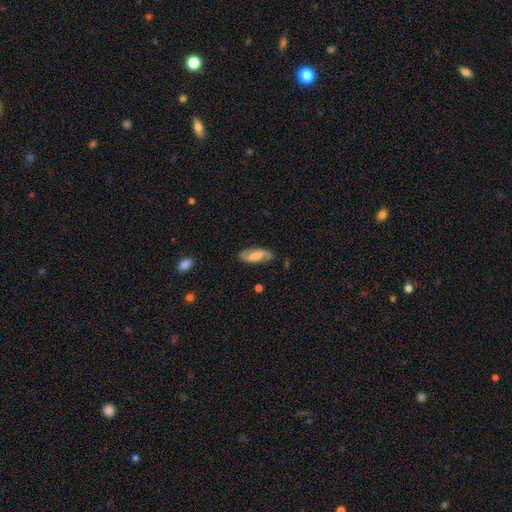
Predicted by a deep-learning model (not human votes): smooth_or_featured: featured or disk (p=0.55) [alt: smooth p=0.38]
disk_edge_on: no (p=0.90) [alt: yes p=0.10]
merging: none (p=0.75) [alt: minor disturbance p=0.19]